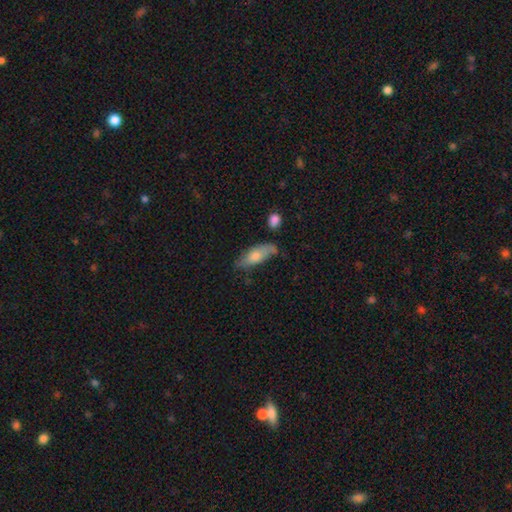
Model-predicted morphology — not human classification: Overall: smooth (64%; featured or disk 28%). How rounded: in between (68%; cigar-shaped 29%). Merging: none (58%; minor disturbance 28%).